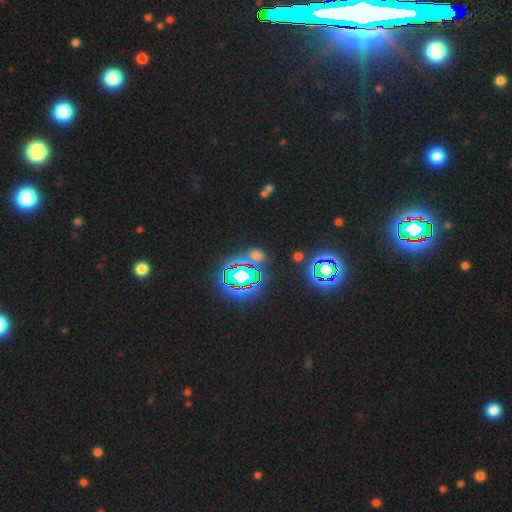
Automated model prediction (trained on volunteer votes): The model was most divided on "smooth or featured": star or artifact: 62%, smooth: 29%, featured or disk: 9%.